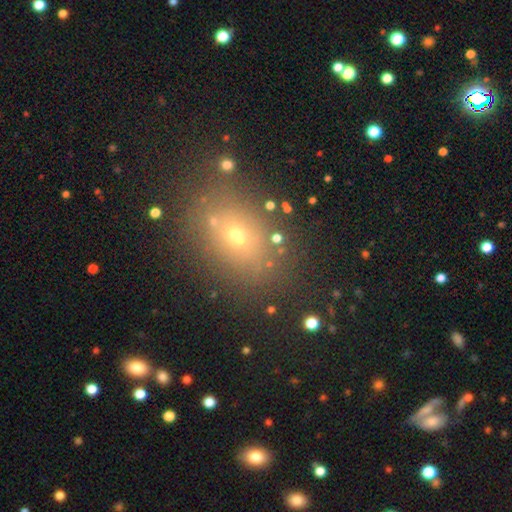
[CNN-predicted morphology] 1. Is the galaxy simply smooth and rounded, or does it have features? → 60% smooth, 26% star or artifact, 14% featured or disk.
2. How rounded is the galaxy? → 59% in between, 40% round, 2% cigar-shaped.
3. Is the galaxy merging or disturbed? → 81% none, 10% minor disturbance, 5% major disturbance, 4% merger.